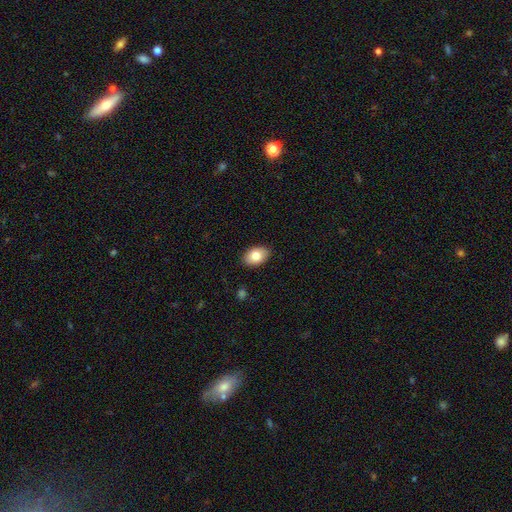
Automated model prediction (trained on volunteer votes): The model was most divided on "smooth or featured": smooth: 82%, featured or disk: 11%, star or artifact: 7%. More confident: merging — none (88%); how rounded — in between (88%).